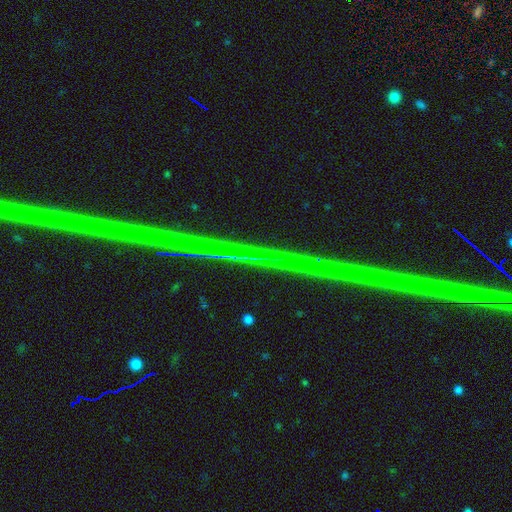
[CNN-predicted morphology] A star or artifact, not a galaxy (79%).